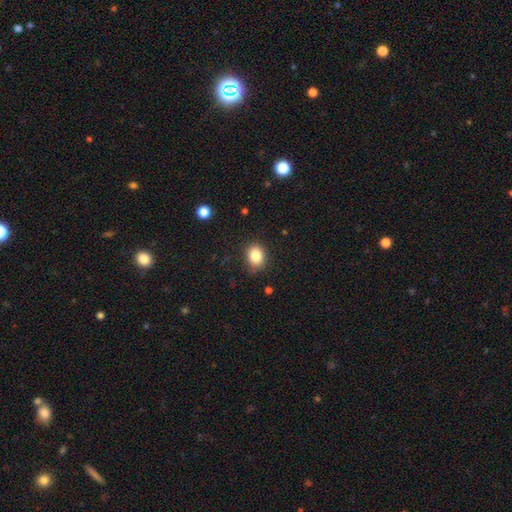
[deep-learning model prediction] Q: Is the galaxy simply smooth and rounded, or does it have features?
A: smooth — 84%.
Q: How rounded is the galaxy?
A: round — 50%.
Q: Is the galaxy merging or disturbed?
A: none — 84%.